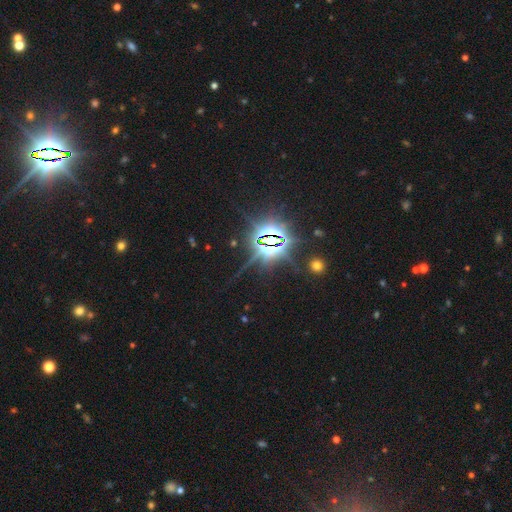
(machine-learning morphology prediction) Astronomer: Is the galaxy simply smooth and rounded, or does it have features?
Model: star or artifact — 87%.